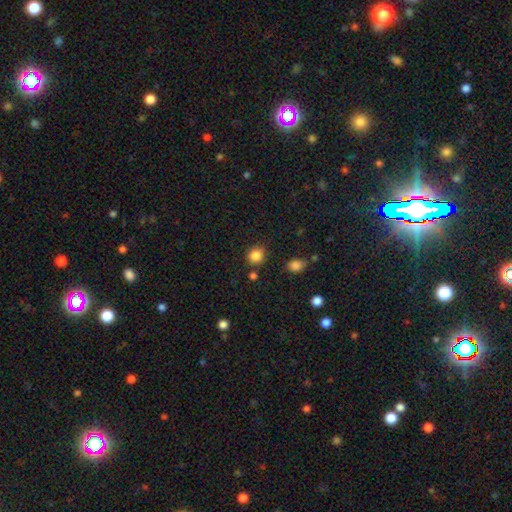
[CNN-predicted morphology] Q: Smooth or featured?
A: smooth (85%); runner-up: star or artifact (11%)
Q: How rounded?
A: round (86%); runner-up: in between (13%)
Q: Merging?
A: none (82%); runner-up: minor disturbance (10%)